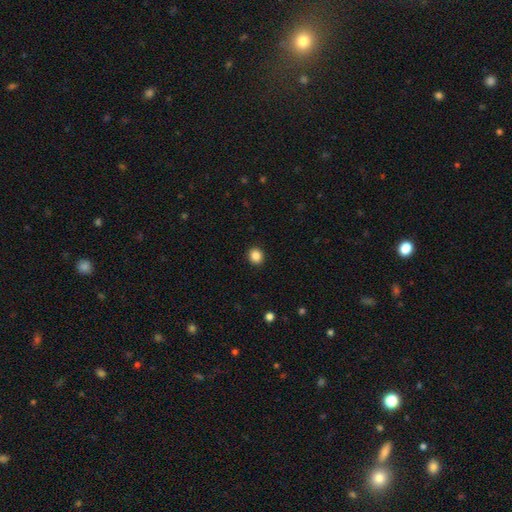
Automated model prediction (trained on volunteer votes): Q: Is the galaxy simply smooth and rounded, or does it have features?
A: smooth — 86%.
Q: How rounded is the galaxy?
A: round — 86%.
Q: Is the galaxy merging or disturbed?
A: none — 92%.